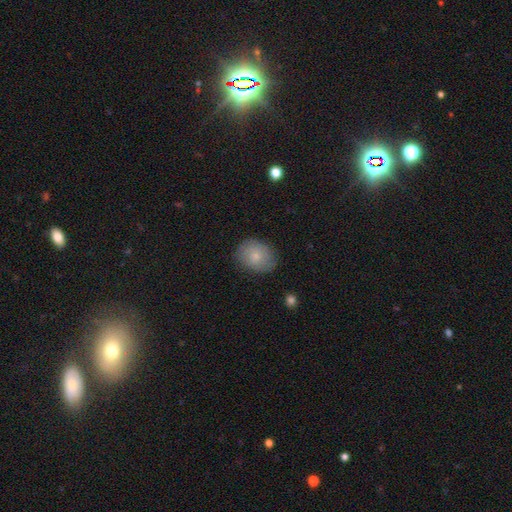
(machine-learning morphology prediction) Smooth or featured? smooth (67%)
How rounded? in between (62%)
Merging? none (79%)